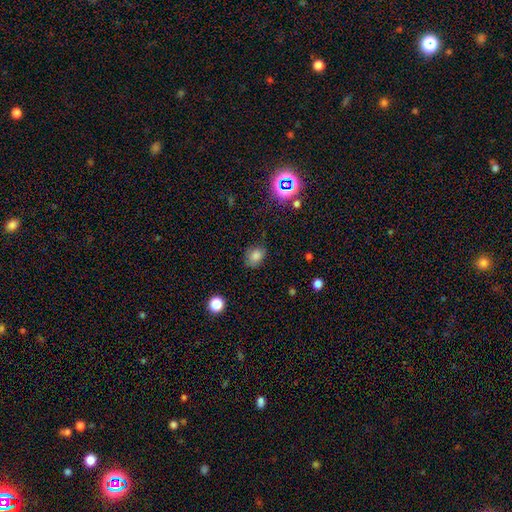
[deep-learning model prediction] Smooth or featured? Predicted: smooth (p=0.79). How rounded? Predicted: in between (p=0.61). Merging? Predicted: none (p=0.73).